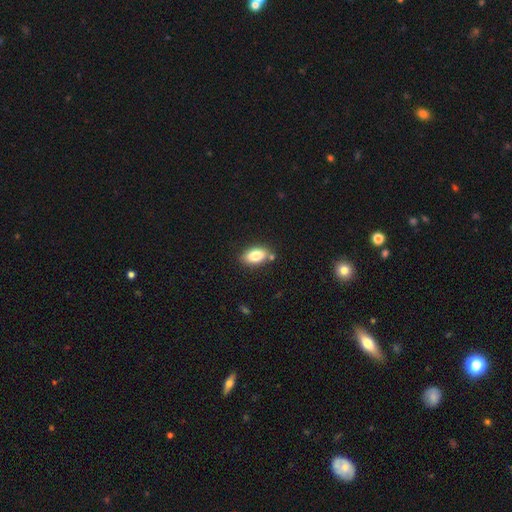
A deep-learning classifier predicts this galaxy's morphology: A smooth galaxy with no disk features (83%) that is in between round and cigar-shaped (90%).

Vote fractions:
- Smooth or featured? smooth: 83% / featured or disk: 9% / star or artifact: 8%
- How rounded? in between: 90% / round: 7% / cigar-shaped: 3%
- Merging? none: 80% / minor disturbance: 12% / merger: 6% / major disturbance: 3%